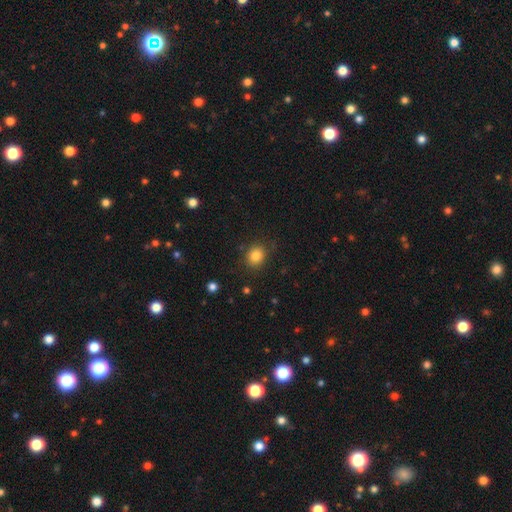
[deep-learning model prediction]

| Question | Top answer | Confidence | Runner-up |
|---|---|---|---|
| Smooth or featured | smooth | 83% | star or artifact (11%) |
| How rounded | round | 70% | in between (29%) |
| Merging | none | 82% | minor disturbance (12%) |